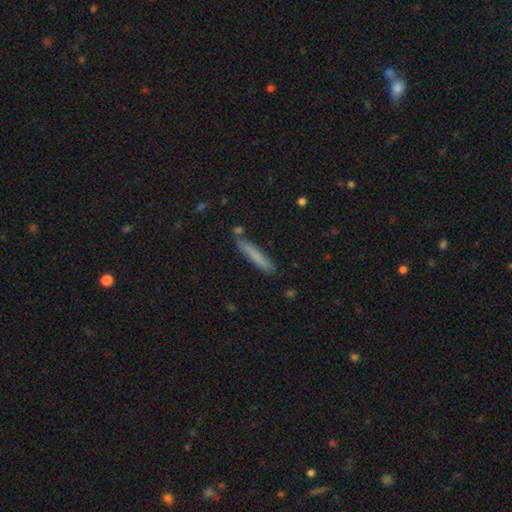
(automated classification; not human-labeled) smooth-or-featured: smooth: 74% | featured or disk: 20% | star or artifact: 7%
  how-rounded: cigar-shaped: 94% | in between: 5% | round: 1%
  merging: none: 81% | minor disturbance: 12% | merger: 4% | major disturbance: 2%